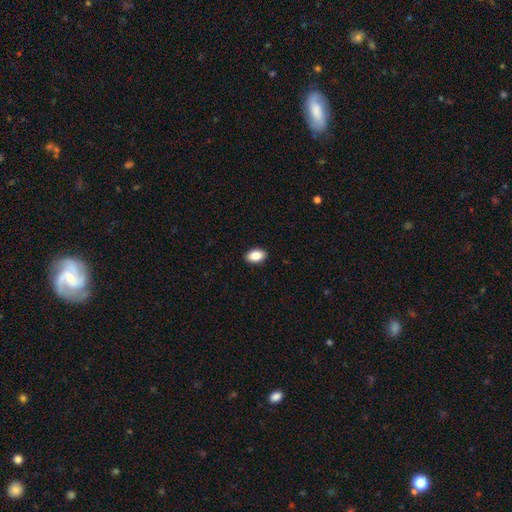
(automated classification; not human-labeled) Morphology: type=smooth (85%); roundness=in between (91%); merging=none (91%).